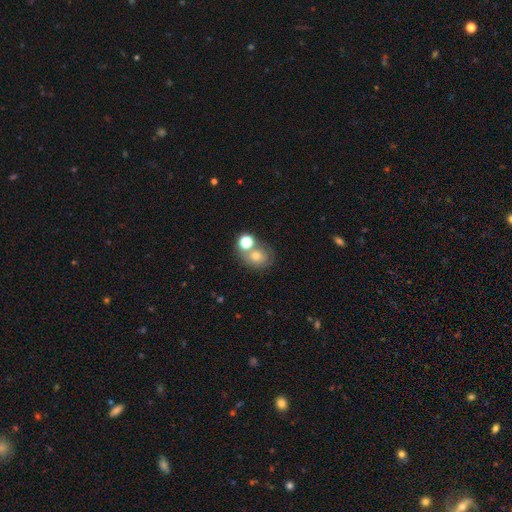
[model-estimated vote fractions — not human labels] Smooth or featured: smooth — 62% (featured or disk — 23%)
How rounded: round — 64% (in between — 35%)
Merging: none — 46% (merger — 33%)